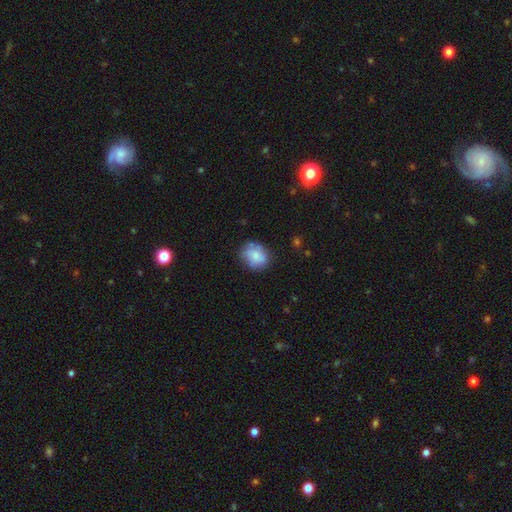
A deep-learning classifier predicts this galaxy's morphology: Smooth or featured?
  - smooth: 73% *
  - featured or disk: 18%
  - star or artifact: 8%
How rounded?
  - round: 61% *
  - in between: 38%
  - cigar-shaped: 1%
Merging?
  - none: 68% *
  - minor disturbance: 23%
  - major disturbance: 7%
  - merger: 3%